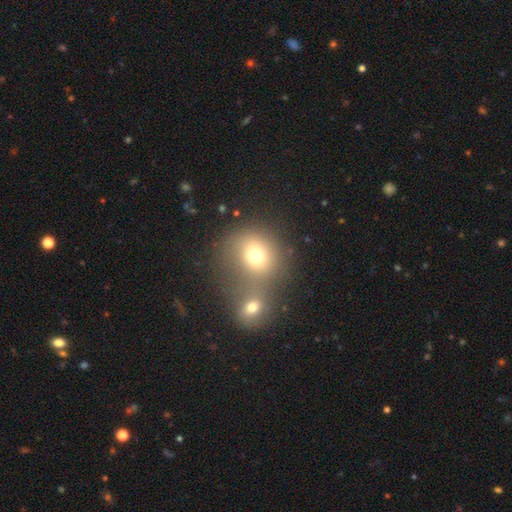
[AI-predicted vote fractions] A smooth galaxy with no disk features (71%) that is round (78%).

Vote fractions:
- Smooth or featured? smooth: 71% / featured or disk: 14% / star or artifact: 14%
- How rounded? round: 78% / in between: 21% / cigar-shaped: 1%
- Merging? merger: 54% / none: 33% / minor disturbance: 8% / major disturbance: 5%